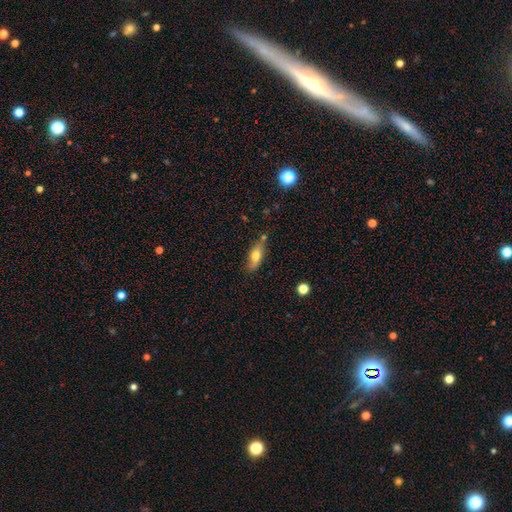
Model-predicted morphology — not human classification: Smooth or featured? Predicted: smooth (p=0.63). How rounded? Predicted: in between (p=0.66). Merging? Predicted: none (p=0.71).